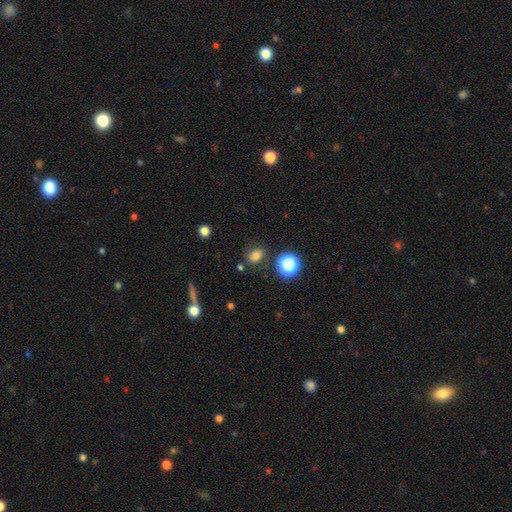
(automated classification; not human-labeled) Overall: smooth (75%). How rounded: in between (58%; round 40%). Merging: none (77%).